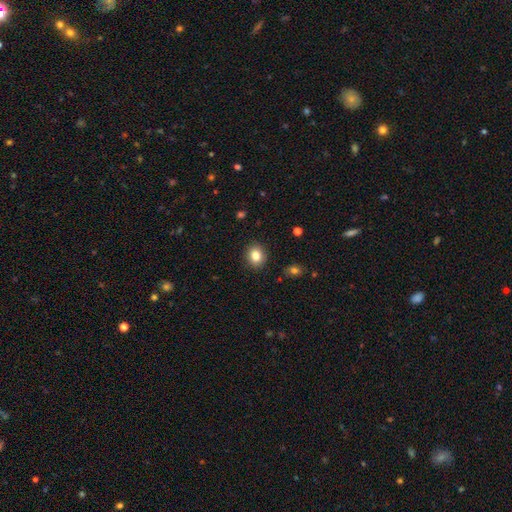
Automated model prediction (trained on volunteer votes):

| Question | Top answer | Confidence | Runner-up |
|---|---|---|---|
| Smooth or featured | smooth | 83% | star or artifact (10%) |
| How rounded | round | 61% | in between (38%) |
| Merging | none | 90% | minor disturbance (7%) |